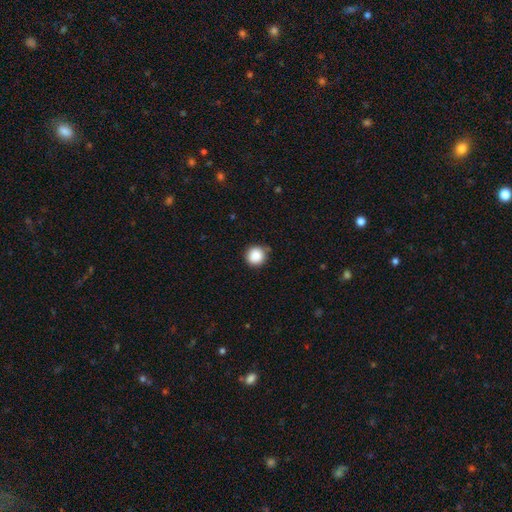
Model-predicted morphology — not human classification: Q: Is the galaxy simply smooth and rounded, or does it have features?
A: smooth — 87%.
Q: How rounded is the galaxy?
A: round — 93%.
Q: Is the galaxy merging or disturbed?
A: none — 79%.